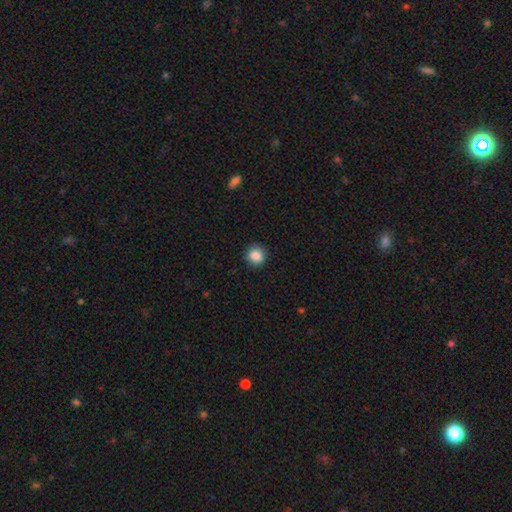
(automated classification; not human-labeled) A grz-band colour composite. It shows a smooth galaxy with no disk features (87%) that is round (89%). Merging: none (90%).